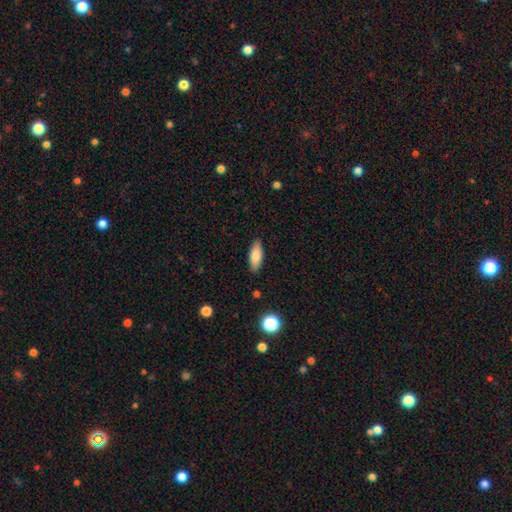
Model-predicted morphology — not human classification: Smooth or featured? smooth (83%)
How rounded? in between (71%)
Merging? none (86%)